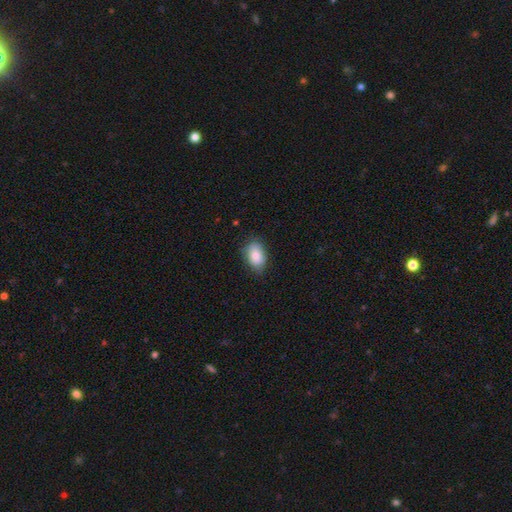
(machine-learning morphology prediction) Smooth or featured?
  - smooth: 83% *
  - featured or disk: 10%
  - star or artifact: 7%
How rounded?
  - in between: 86% *
  - round: 12%
  - cigar-shaped: 1%
Merging?
  - none: 78% *
  - minor disturbance: 18%
  - major disturbance: 3%
  - merger: 1%